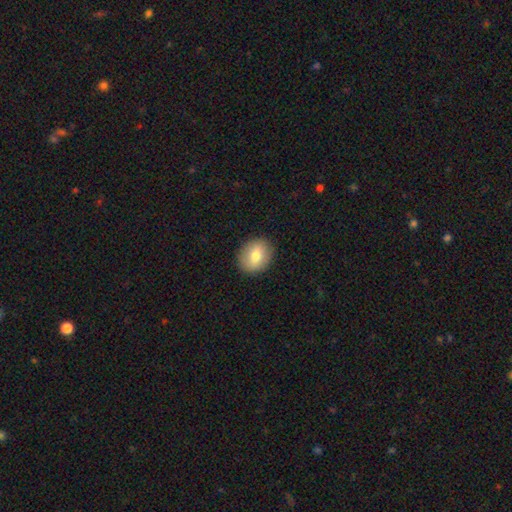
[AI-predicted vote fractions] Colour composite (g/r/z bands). It shows a smooth galaxy with no disk features (75%) that is round (60%). Merging: none (89%).